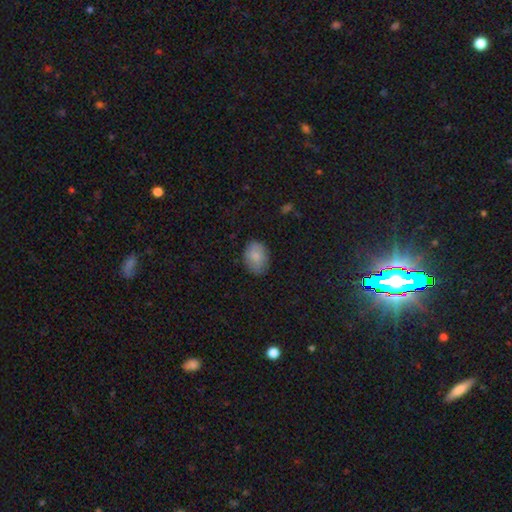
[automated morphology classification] Smooth or featured: smooth — 83% (featured or disk — 10%)
How rounded: in between — 74% (round — 25%)
Merging: none — 79% (minor disturbance — 16%)